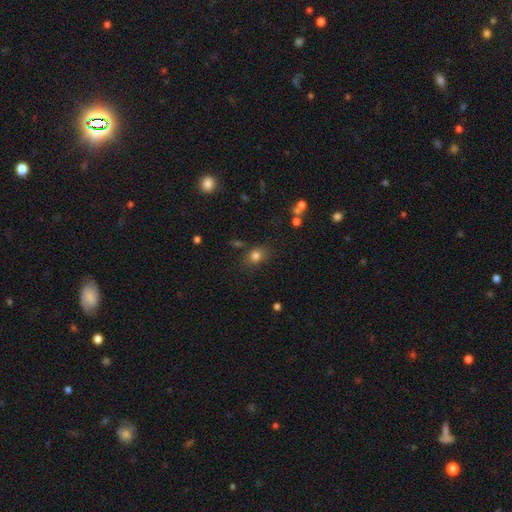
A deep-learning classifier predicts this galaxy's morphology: Smooth or featured?
  - smooth: 78% *
  - star or artifact: 14%
  - featured or disk: 8%
How rounded?
  - in between: 56% *
  - round: 43%
  - cigar-shaped: 1%
Merging?
  - none: 79% *
  - minor disturbance: 14%
  - major disturbance: 4%
  - merger: 4%